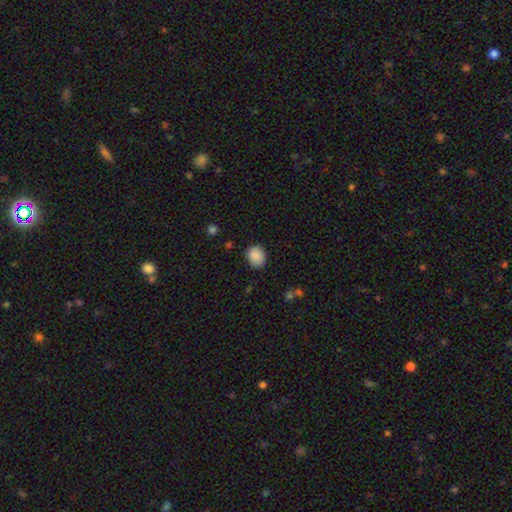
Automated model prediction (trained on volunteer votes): Smooth or featured: smooth — 88% (star or artifact — 8%)
How rounded: round — 54% (in between — 45%)
Merging: none — 83% (minor disturbance — 13%)